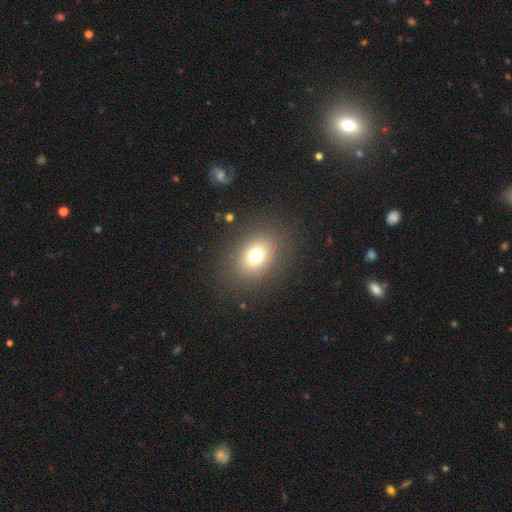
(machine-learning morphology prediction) smooth-or-featured: smooth: 73% | star or artifact: 14% | featured or disk: 13%
  how-rounded: in between: 60% | round: 39% | cigar-shaped: 1%
  merging: none: 84% | minor disturbance: 9% | major disturbance: 5% | merger: 1%